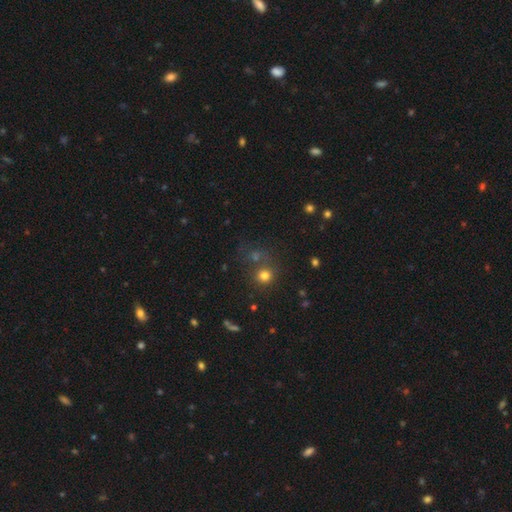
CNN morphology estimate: This is possibly a smooth galaxy (56%). How rounded: clearly round (87%). Merging: likely none (62%).